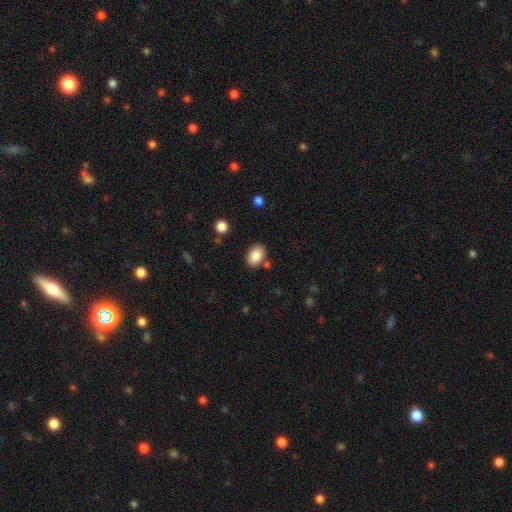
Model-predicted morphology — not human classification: A smooth galaxy with no disk features (87%) that is in between round and cigar-shaped (86%).

Vote fractions:
- Smooth or featured? smooth: 87% / star or artifact: 7% / featured or disk: 6%
- How rounded? in between: 86% / round: 13% / cigar-shaped: 1%
- Merging? none: 82% / minor disturbance: 10% / merger: 5% / major disturbance: 3%